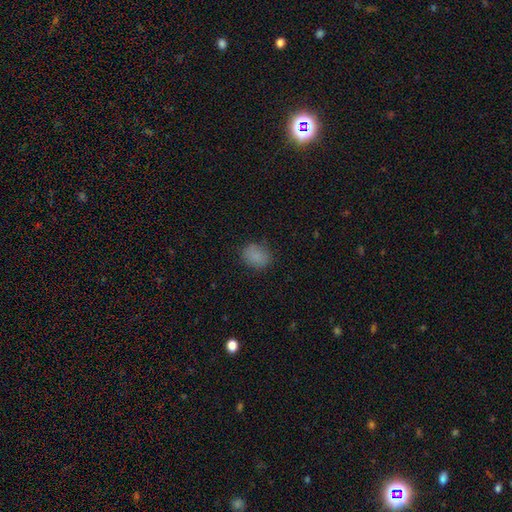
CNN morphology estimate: Q: Smooth or featured?
A: smooth (84%); runner-up: star or artifact (11%)
Q: How rounded?
A: round (51%); runner-up: in between (48%)
Q: Merging?
A: none (80%); runner-up: minor disturbance (15%)